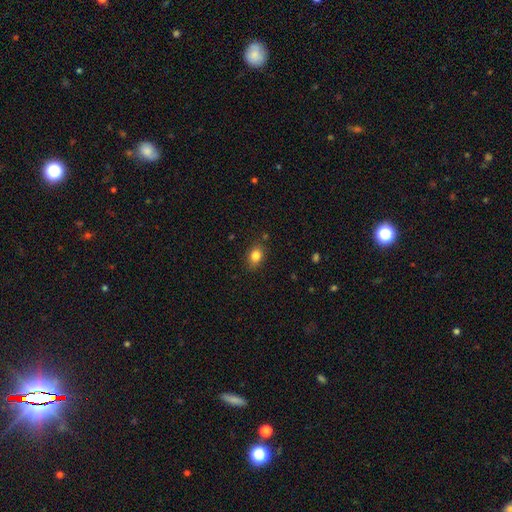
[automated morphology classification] The model was most divided on "how rounded": in between: 66%, round: 32%, cigar-shaped: 1%. More confident: merging — none (83%); smooth or featured — smooth (83%).